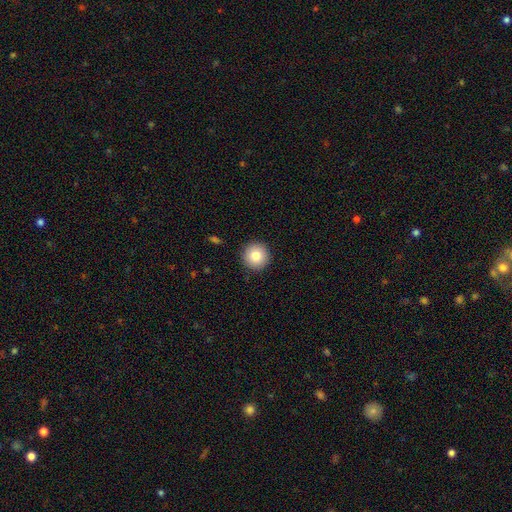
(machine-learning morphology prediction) Smooth or featured: smooth — 83% (star or artifact — 9%)
How rounded: round — 96% (in between — 3%)
Merging: none — 92% (minor disturbance — 5%)